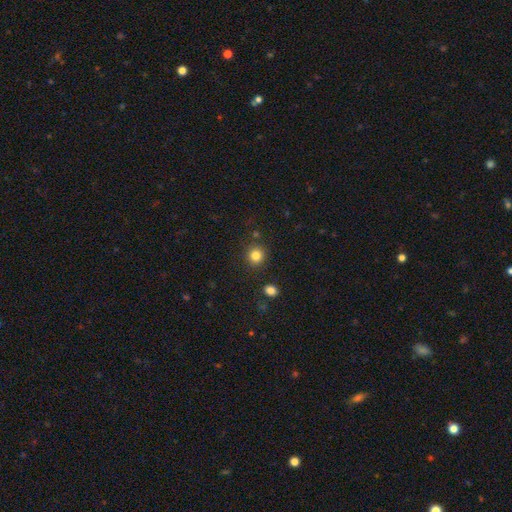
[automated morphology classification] smooth-or-featured: smooth: 83% | star or artifact: 12% | featured or disk: 5%
  how-rounded: round: 89% | in between: 11% | cigar-shaped: 1%
  merging: none: 87% | minor disturbance: 7% | merger: 3% | major disturbance: 3%